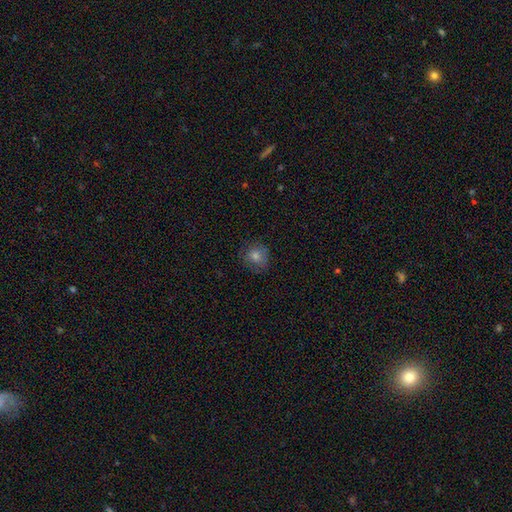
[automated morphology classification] A smooth galaxy with no disk features (70%) that is round (85%). Merging: none (79%).